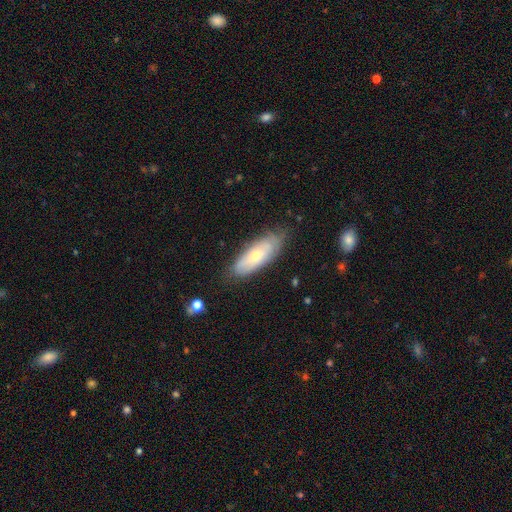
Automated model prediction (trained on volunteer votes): smooth 54%, featured or disk 40%, star or artifact 6%. Down the decision tree: how rounded — in between (72%); merging — none (73%).